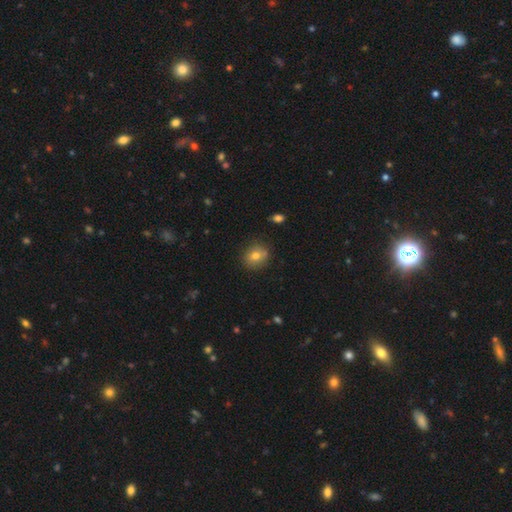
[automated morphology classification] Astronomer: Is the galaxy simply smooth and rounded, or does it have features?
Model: smooth — 75%.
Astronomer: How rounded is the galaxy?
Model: round — 70%.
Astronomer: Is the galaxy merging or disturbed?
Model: none — 78%.